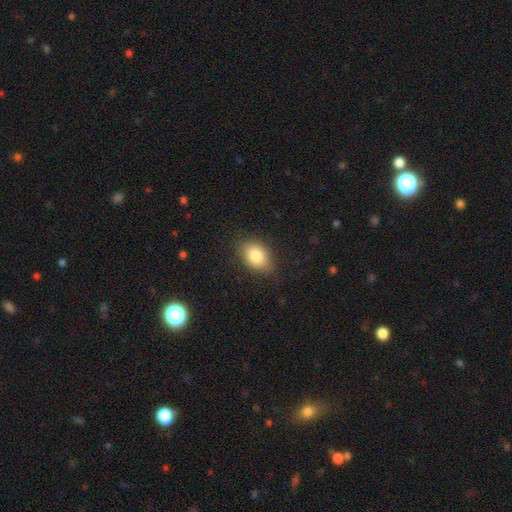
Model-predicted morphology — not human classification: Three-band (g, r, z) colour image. It shows a smooth galaxy with no disk features (83%) that is in between round and cigar-shaped (83%). Merging: none (79%).